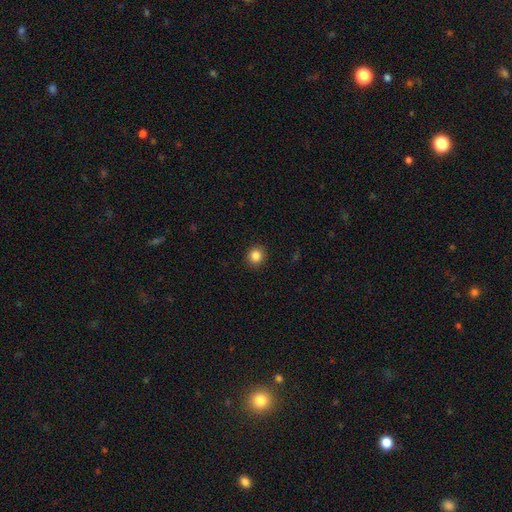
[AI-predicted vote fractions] Smooth or featured? Predicted: smooth (p=0.85). How rounded? Predicted: round (p=0.88). Merging? Predicted: none (p=0.92).